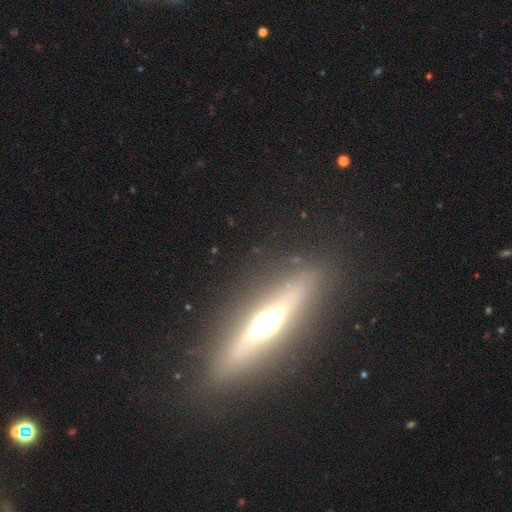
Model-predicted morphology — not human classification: This is likely a featured or disk galaxy (73%). It is clearly viewed edge-on (92%). Edge-on bulge: clearly rounded (91%). Merging: clearly none (87%).